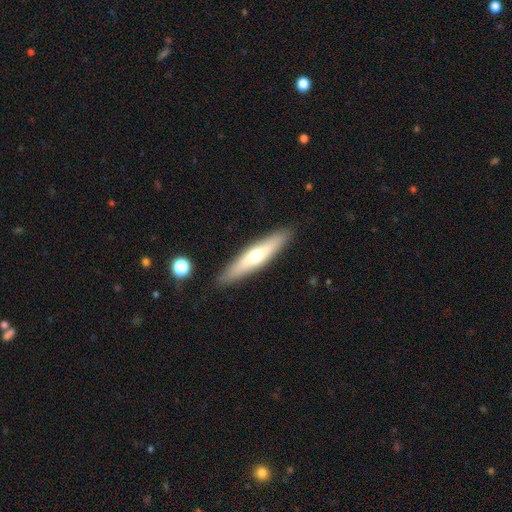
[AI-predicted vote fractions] smooth-or-featured: smooth: 48% | featured or disk: 46% | star or artifact: 6%
  merging: none: 89% | minor disturbance: 8% | major disturbance: 2% | merger: 1%